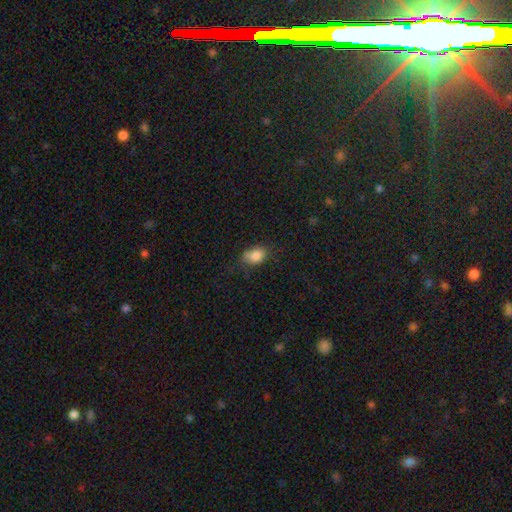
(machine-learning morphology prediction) A smooth galaxy with no disk features (83%) that is in between round and cigar-shaped (72%).

Vote fractions:
- Smooth or featured? smooth: 83% / star or artifact: 9% / featured or disk: 8%
- How rounded? in between: 72% / round: 27% / cigar-shaped: 1%
- Merging? none: 59% / minor disturbance: 28% / major disturbance: 7% / merger: 5%